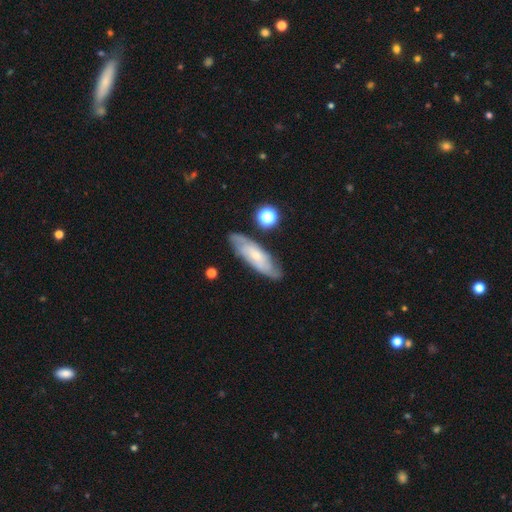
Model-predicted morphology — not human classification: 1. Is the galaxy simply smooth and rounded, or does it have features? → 62% featured or disk, 30% smooth, 7% star or artifact.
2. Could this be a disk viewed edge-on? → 77% no, 23% yes.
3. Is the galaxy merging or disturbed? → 78% none, 16% minor disturbance, 4% major disturbance, 3% merger.